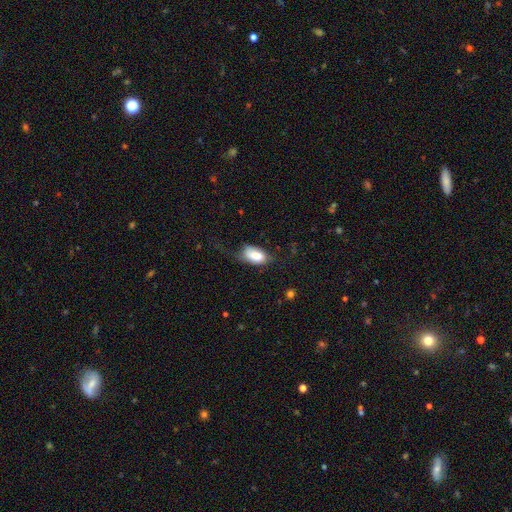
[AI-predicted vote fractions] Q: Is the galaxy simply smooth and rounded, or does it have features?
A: smooth — 80%.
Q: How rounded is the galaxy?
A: in between — 93%.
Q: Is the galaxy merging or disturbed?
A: none — 40%.